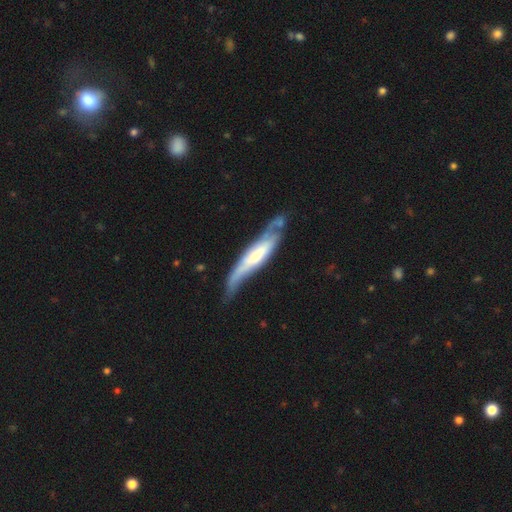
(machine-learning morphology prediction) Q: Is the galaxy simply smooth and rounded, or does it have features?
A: featured or disk — 67%.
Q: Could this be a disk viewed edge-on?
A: yes — 62%.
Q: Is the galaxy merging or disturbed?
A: none — 45%.